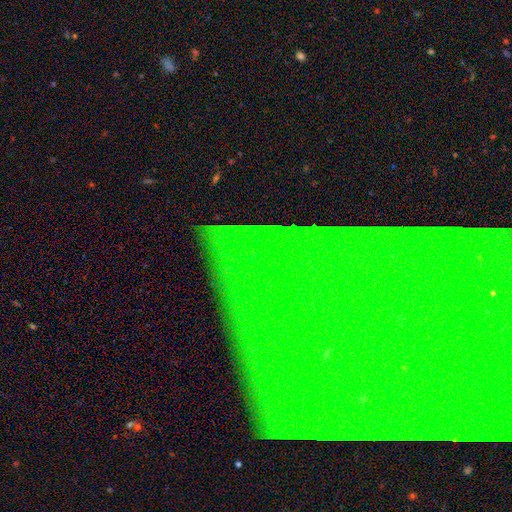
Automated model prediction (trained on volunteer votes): Smooth or featured? Predicted: star or artifact (p=0.82).